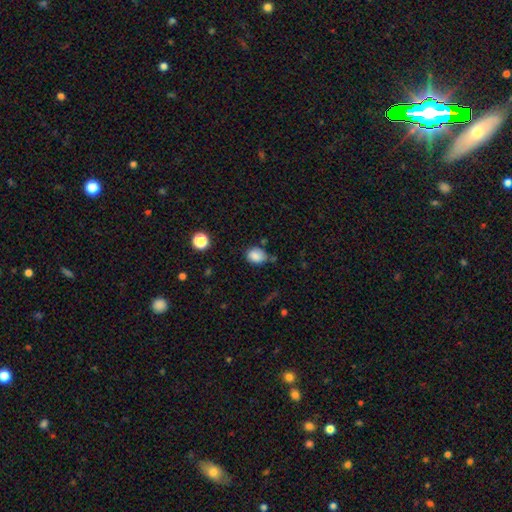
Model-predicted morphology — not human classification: The model was most divided on "how rounded": in between: 57%, round: 42%, cigar-shaped: 1%. More confident: smooth or featured — smooth (82%); merging — none (62%).